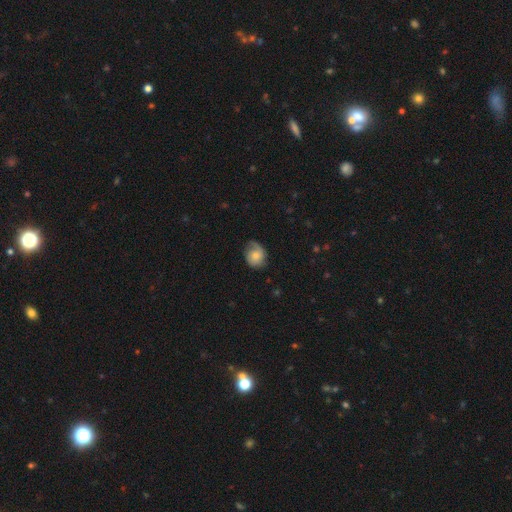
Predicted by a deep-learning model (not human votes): Smooth or featured?
  - smooth: 53% *
  - featured or disk: 39%
  - star or artifact: 8%
How rounded?
  - round: 60% *
  - in between: 39%
  - cigar-shaped: 1%
Merging?
  - none: 54% *
  - minor disturbance: 31%
  - major disturbance: 14%
  - merger: 1%